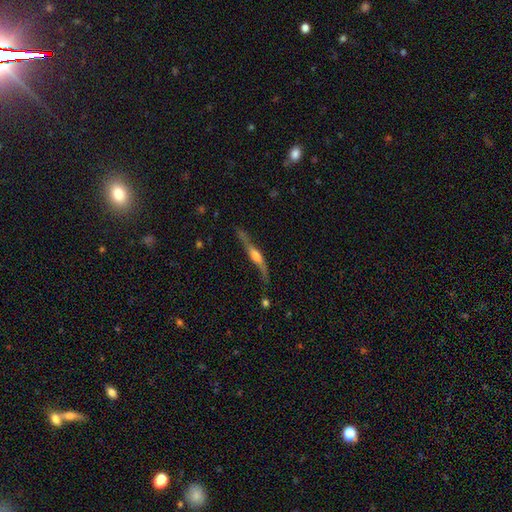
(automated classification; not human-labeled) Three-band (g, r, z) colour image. It shows a featured or disk galaxy (76%) viewed edge-on (91%) with a rounded central bulge (76%). Merging: none (67%).